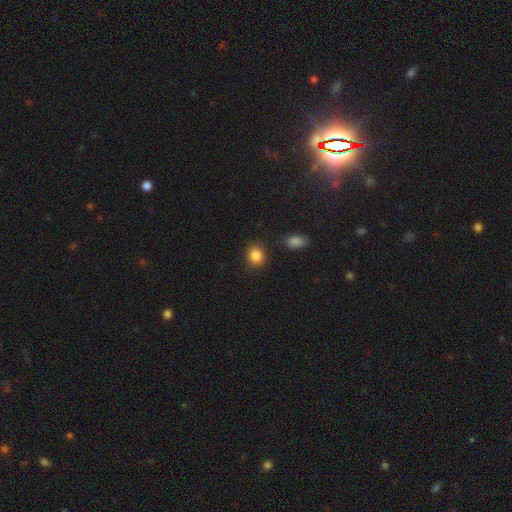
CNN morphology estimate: Smooth or featured: smooth — 86% (star or artifact — 10%)
How rounded: round — 73% (in between — 26%)
Merging: none — 84% (minor disturbance — 9%)